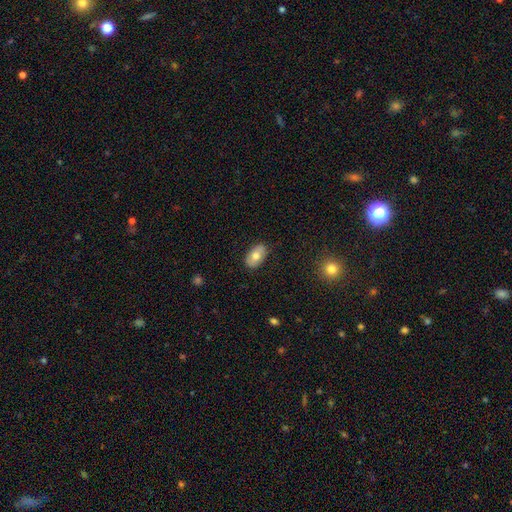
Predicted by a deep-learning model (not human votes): Smooth or featured? Predicted: smooth (p=0.72). How rounded? Predicted: in between (p=0.92). Merging? Predicted: none (p=0.84).